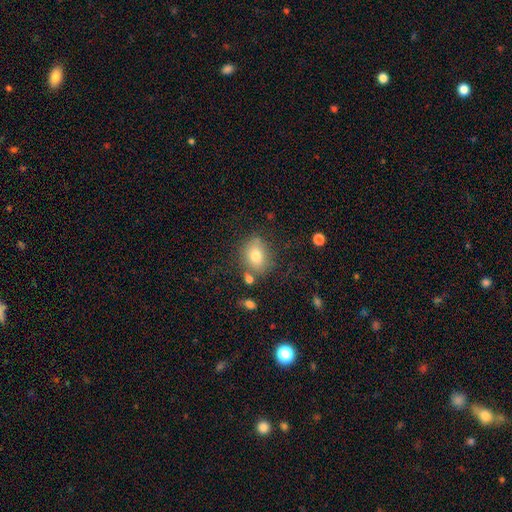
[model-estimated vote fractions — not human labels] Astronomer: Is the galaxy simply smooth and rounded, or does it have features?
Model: smooth — 75%.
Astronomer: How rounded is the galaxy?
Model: in between — 60% (runner-up: round, 38%).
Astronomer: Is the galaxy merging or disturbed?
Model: none — 71%.